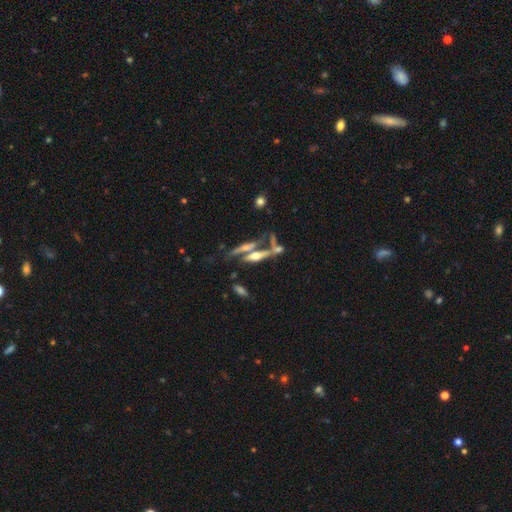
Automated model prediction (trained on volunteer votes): Smooth or featured: featured or disk — 69% (smooth — 22%)
Edge-on disk: yes — 86% (no — 14%)
Edge-on bulge: rounded — 87% (boxy — 7%)
Merging: none — 45% (merger — 34%)